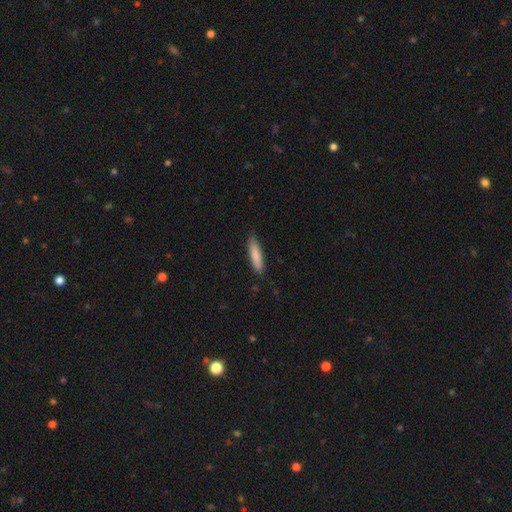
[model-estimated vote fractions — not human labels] A smooth galaxy with no disk features (84%) that is cigar-shaped (78%). Merging: none (83%).